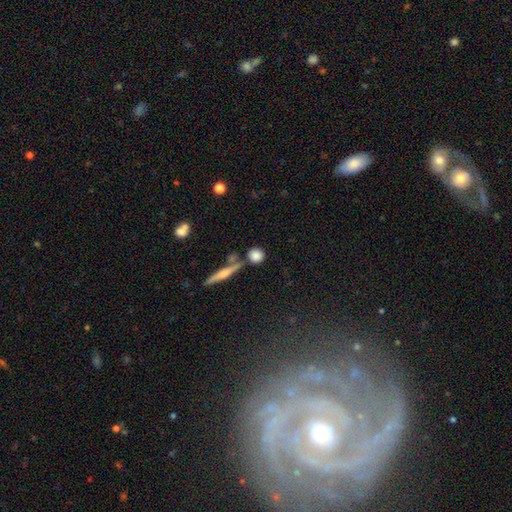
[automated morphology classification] type=smooth (82%); roundness=round (85%); merging=none (74%).